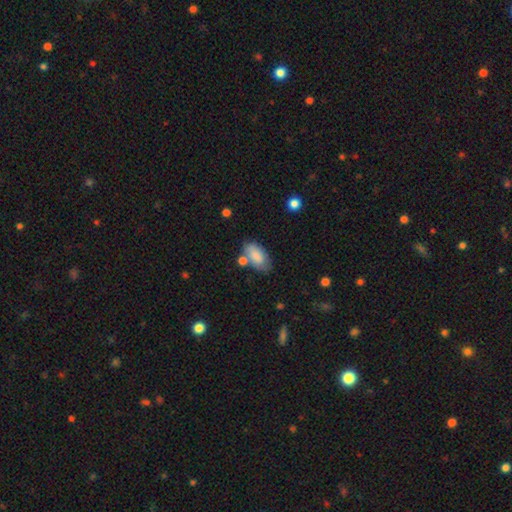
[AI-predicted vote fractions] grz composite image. It shows a smooth galaxy with no disk features (83%) that is in between round and cigar-shaped (94%). Merging: none (61%).